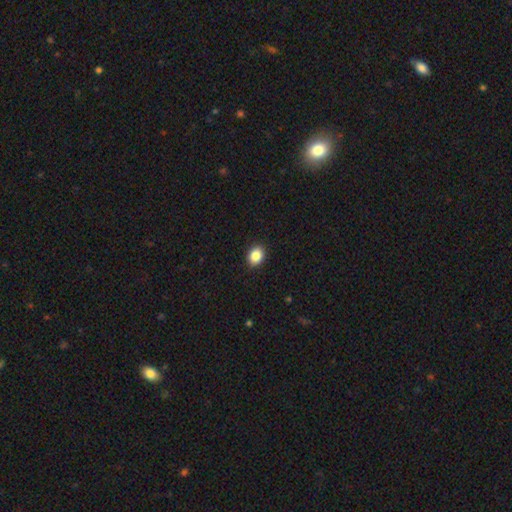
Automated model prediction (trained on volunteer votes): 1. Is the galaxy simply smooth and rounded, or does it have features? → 87% smooth, 9% star or artifact, 4% featured or disk.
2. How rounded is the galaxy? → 56% in between, 43% round, 1% cigar-shaped.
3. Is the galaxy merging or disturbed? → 91% none, 6% minor disturbance, 2% major disturbance, 1% merger.